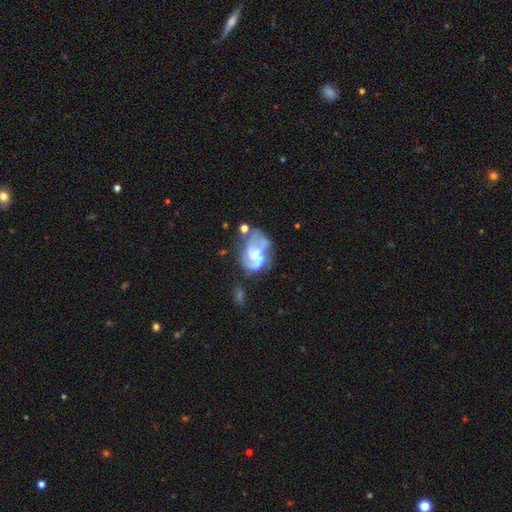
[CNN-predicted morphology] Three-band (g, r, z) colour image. It shows a featured or disk galaxy (68%) with no bar (69%), spiral arms (60%) and a moderate central bulge (33%). Merging: major disturbance (29%).